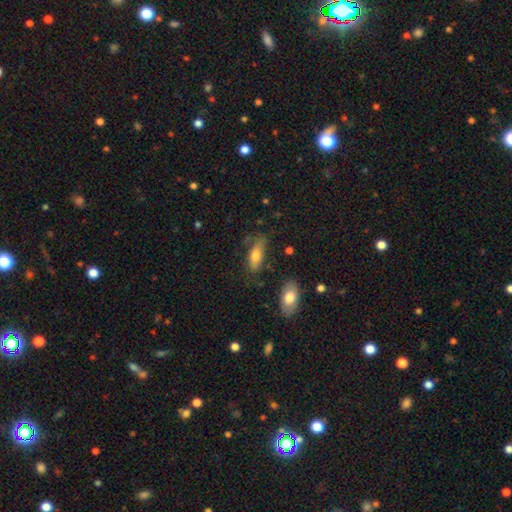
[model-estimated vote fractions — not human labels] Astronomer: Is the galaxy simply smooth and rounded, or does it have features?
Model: smooth — 73%.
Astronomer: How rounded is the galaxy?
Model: in between — 70%.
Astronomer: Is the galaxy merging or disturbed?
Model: none — 59%.